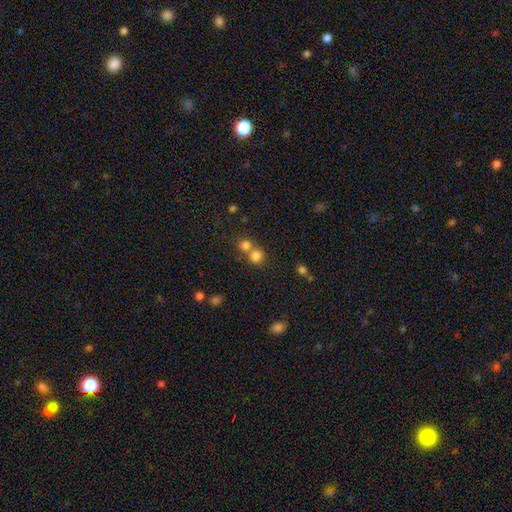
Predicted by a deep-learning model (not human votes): Smooth or featured: smooth — 78% (star or artifact — 14%)
How rounded: round — 82% (in between — 17%)
Merging: none — 47% (merger — 44%)